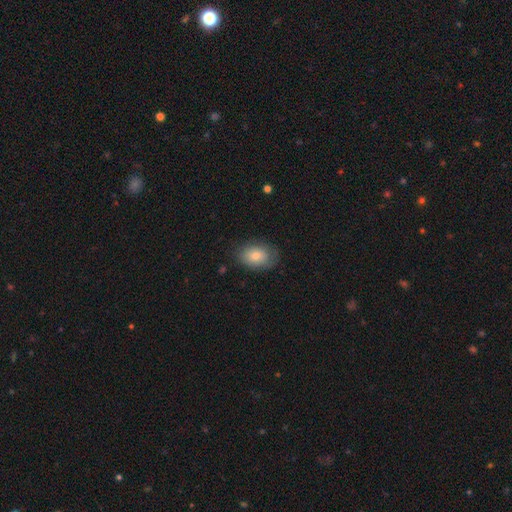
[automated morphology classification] type=smooth (78%); roundness=in between (81%); merging=none (75%).